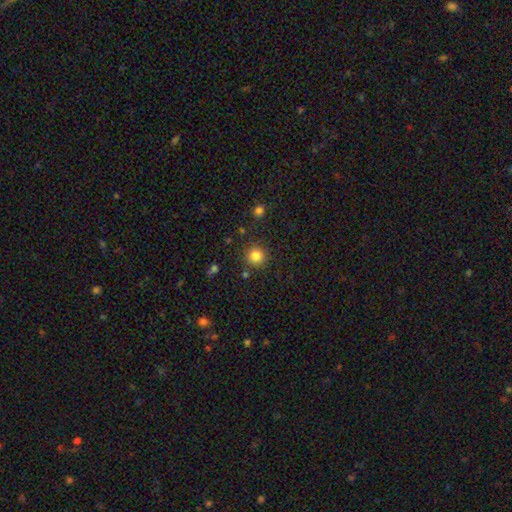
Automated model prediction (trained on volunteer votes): smooth 84%, star or artifact 11%, featured or disk 5%. Down the decision tree: how rounded — round (93%); merging — none (86%).